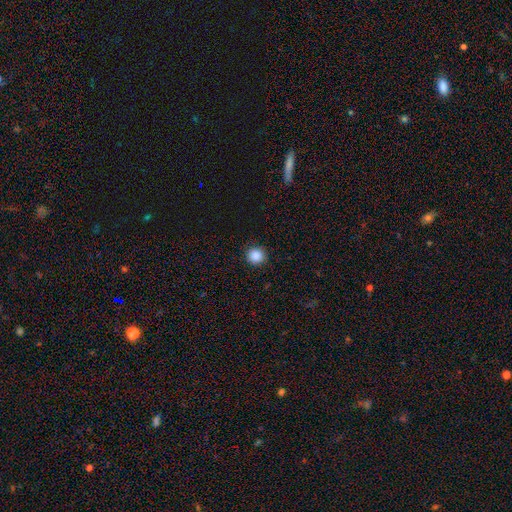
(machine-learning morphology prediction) Smooth or featured?
  - smooth: 87% *
  - star or artifact: 10%
  - featured or disk: 3%
How rounded?
  - round: 94% *
  - in between: 5%
  - cigar-shaped: 1%
Merging?
  - none: 91% *
  - minor disturbance: 7%
  - major disturbance: 2%
  - merger: 1%